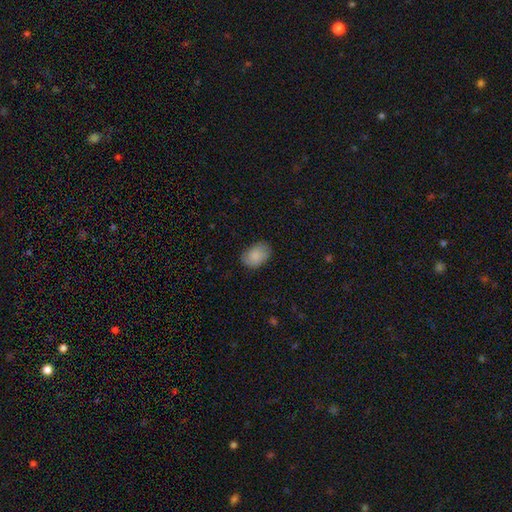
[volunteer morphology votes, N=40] A smooth galaxy with no disk features (85%) that is in between round and cigar-shaped (79%).

Vote fractions:
- Smooth or featured? smooth: 85% / featured or disk: 15% / star or artifact: 0%
- How rounded? in between: 79% / round: 21% / cigar-shaped: 0%
- Merging? none: 85% / minor disturbance: 12% / major disturbance: 2% / merger: 0%